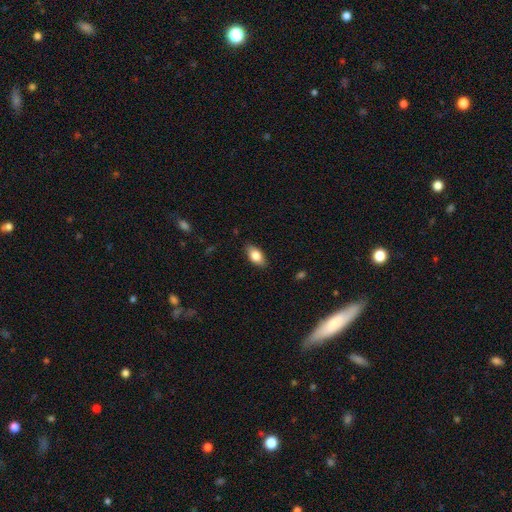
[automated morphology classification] This is clearly a smooth galaxy (80%). How rounded: clearly in between (90%). Merging: clearly none (86%).